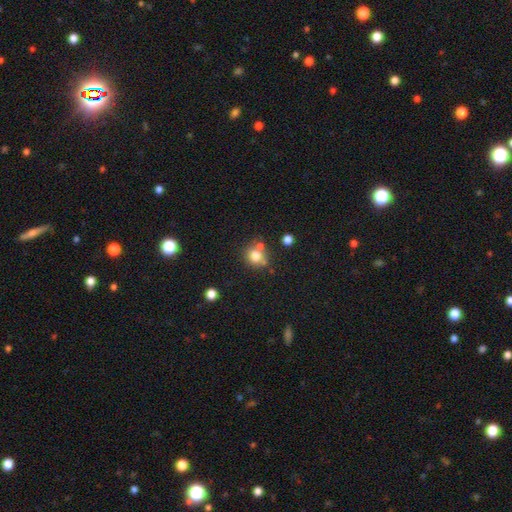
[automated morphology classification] Q: Smooth or featured?
A: smooth (77%); runner-up: star or artifact (13%)
Q: How rounded?
A: round (85%); runner-up: in between (14%)
Q: Merging?
A: none (61%); runner-up: merger (23%)